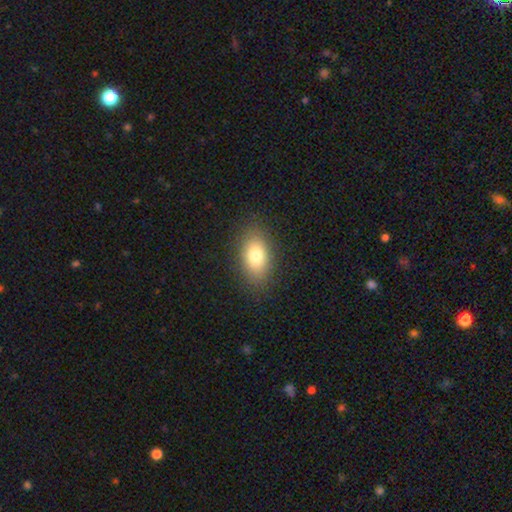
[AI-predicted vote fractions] smooth 78%, featured or disk 12%, star or artifact 10%. Down the decision tree: how rounded — in between (87%); merging — none (87%).